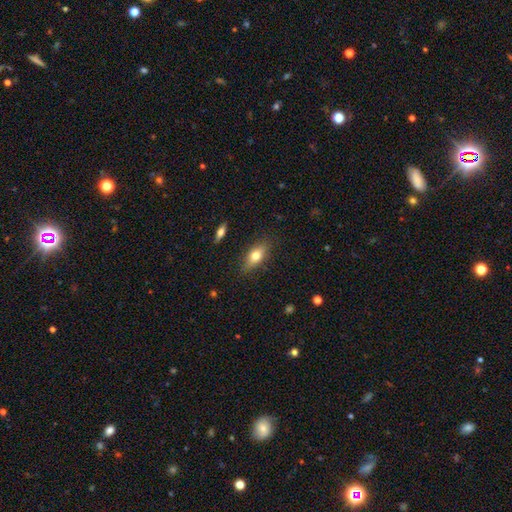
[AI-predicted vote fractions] Smooth or featured? Predicted: smooth (p=0.72). How rounded? Predicted: in between (p=0.80). Merging? Predicted: none (p=0.83).